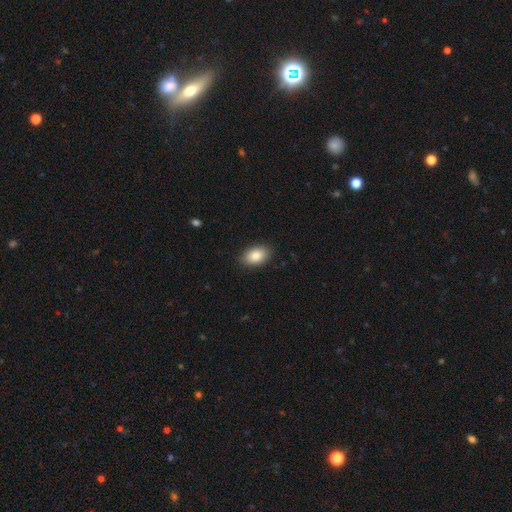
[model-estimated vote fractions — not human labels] Overall: smooth (85%). How rounded: in between (90%). Merging: none (88%).